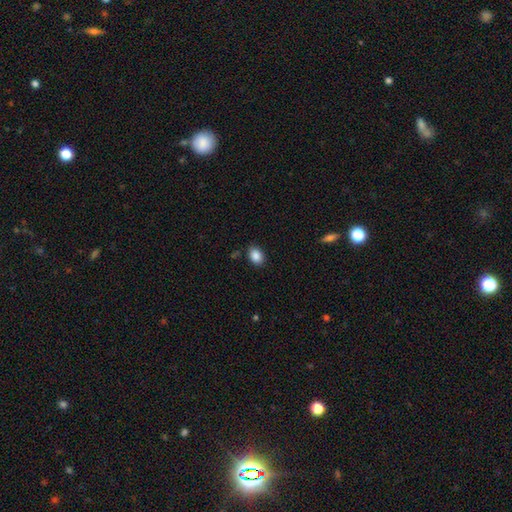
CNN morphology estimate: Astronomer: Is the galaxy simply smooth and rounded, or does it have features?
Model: smooth — 88%.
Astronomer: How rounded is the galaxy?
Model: in between — 79%.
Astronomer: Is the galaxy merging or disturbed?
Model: none — 85%.